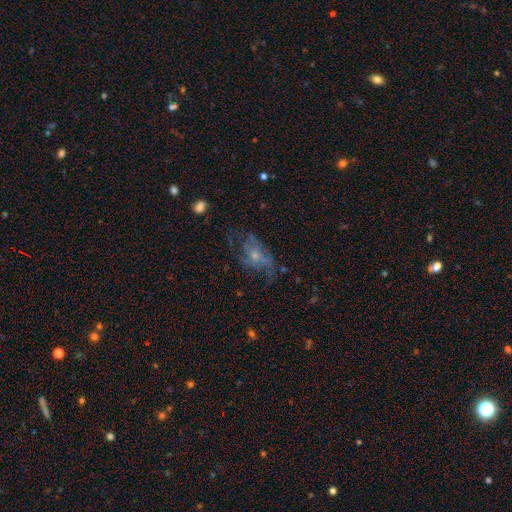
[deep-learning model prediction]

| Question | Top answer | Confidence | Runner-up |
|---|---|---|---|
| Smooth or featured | featured or disk | 56% | smooth (31%) |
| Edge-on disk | no | 95% | yes (5%) |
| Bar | no | 81% | weak (16%) |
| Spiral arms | yes | 51% | no (49%) |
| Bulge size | small | 62% | moderate (28%) |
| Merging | none | 38% | major disturbance (36%) |